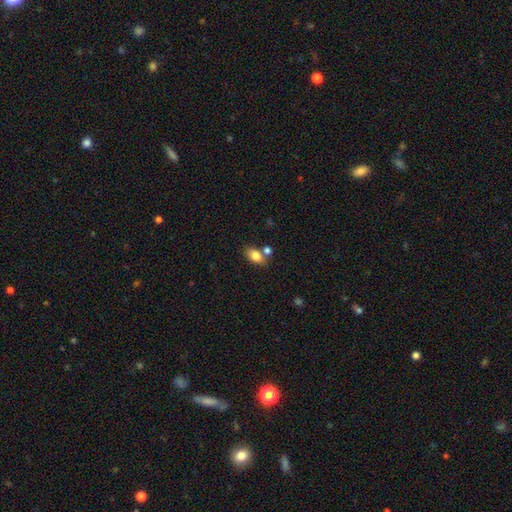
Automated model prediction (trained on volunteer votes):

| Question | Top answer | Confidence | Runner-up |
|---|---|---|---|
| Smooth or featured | smooth | 81% | featured or disk (10%) |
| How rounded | in between | 85% | round (12%) |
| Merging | none | 62% | merger (21%) |